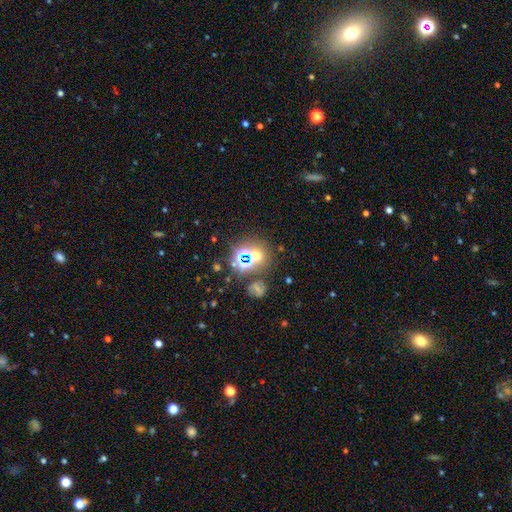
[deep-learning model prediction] This is possibly a star or artifact rather than a galaxy (50%).